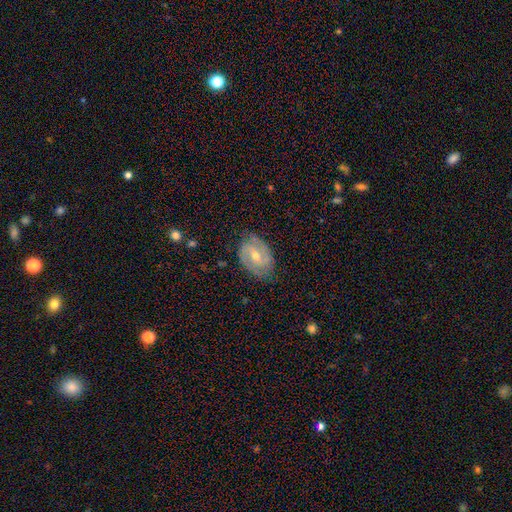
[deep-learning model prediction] The model was most divided on "spiral winding": tight: 46%, medium: 42%, loose: 12%. Remaining: edge-on disk — no (97%); spiral arms — yes (94%); spiral arm count — 2 (82%); smooth or featured — featured or disk (81%); merging — none (78%); bulge size — moderate (57%); bar — weak (48%).